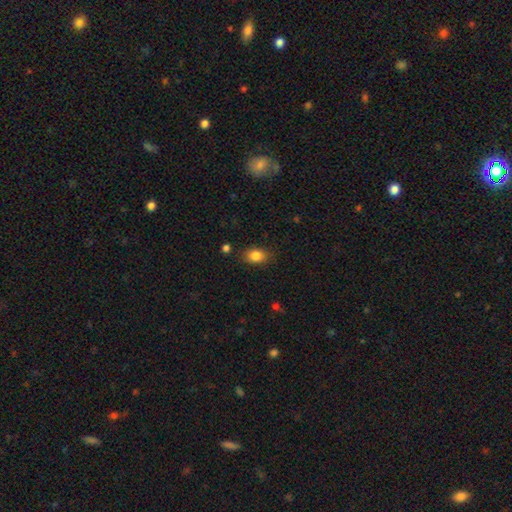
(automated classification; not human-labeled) Smooth or featured?
  - smooth: 85% *
  - star or artifact: 9%
  - featured or disk: 6%
How rounded?
  - in between: 76% *
  - round: 22%
  - cigar-shaped: 2%
Merging?
  - none: 82% *
  - minor disturbance: 13%
  - major disturbance: 3%
  - merger: 2%